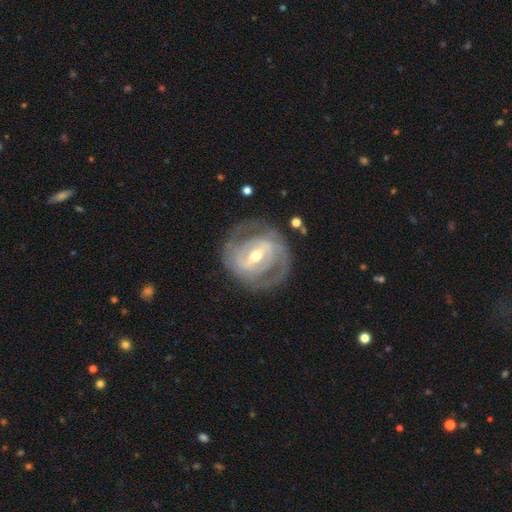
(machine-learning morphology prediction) A featured or disk galaxy (87%) with a strong bar (55%), 2 (69%) tight (62%) spiral arms (89%) and a moderate central bulge (62%). Merging: none (78%).